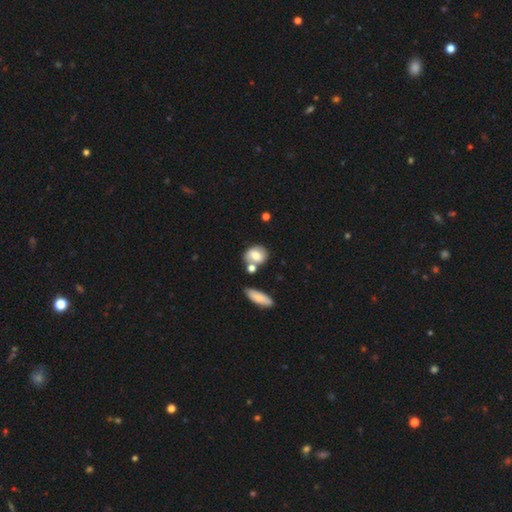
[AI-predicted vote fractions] smooth-or-featured: smooth: 70% | featured or disk: 22% | star or artifact: 8%
  how-rounded: in between: 50% | round: 48% | cigar-shaped: 2%
  merging: none: 53% | merger: 24% | minor disturbance: 18% | major disturbance: 6%